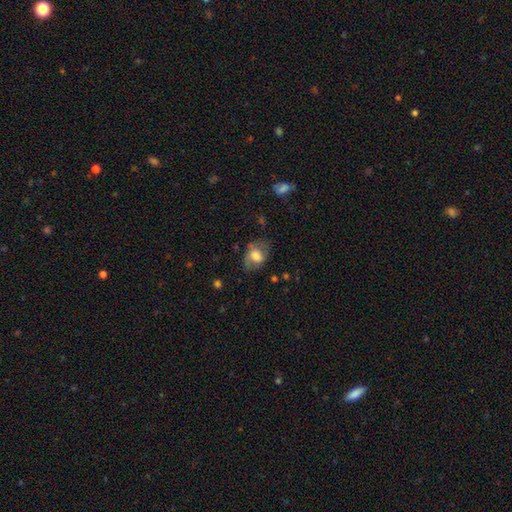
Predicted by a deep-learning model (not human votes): A smooth galaxy with no disk features (62%) that is in between round and cigar-shaped (71%).

Vote fractions:
- Smooth or featured? smooth: 62% / featured or disk: 30% / star or artifact: 8%
- How rounded? in between: 71% / round: 28% / cigar-shaped: 1%
- Merging? none: 56% / minor disturbance: 27% / major disturbance: 15% / merger: 2%